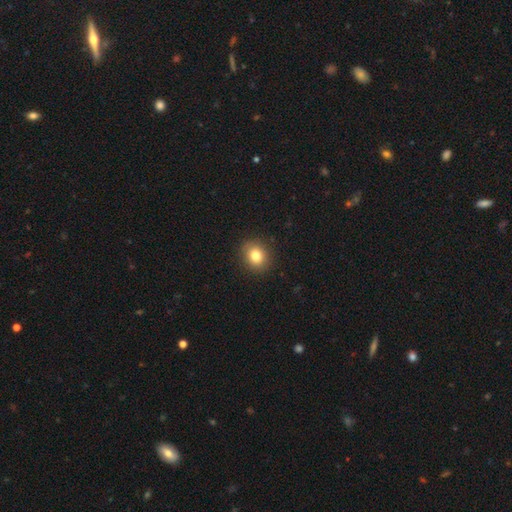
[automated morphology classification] smooth-or-featured: smooth: 81% | star or artifact: 11% | featured or disk: 8%
  how-rounded: round: 73% | in between: 26% | cigar-shaped: 1%
  merging: none: 90% | minor disturbance: 7% | major disturbance: 2% | merger: 1%